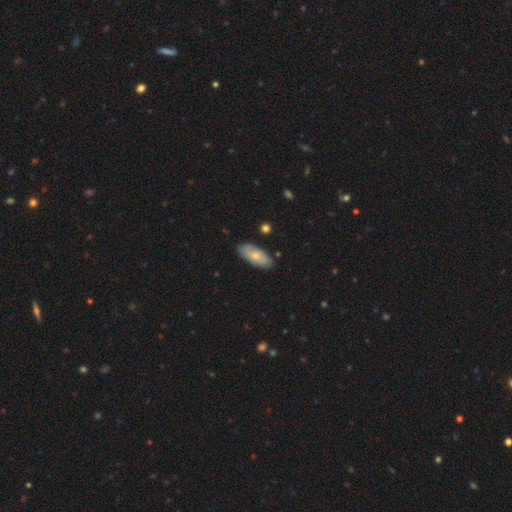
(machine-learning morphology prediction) Overall: smooth (65%; featured or disk 30%). How rounded: in between (88%). Merging: none (82%).